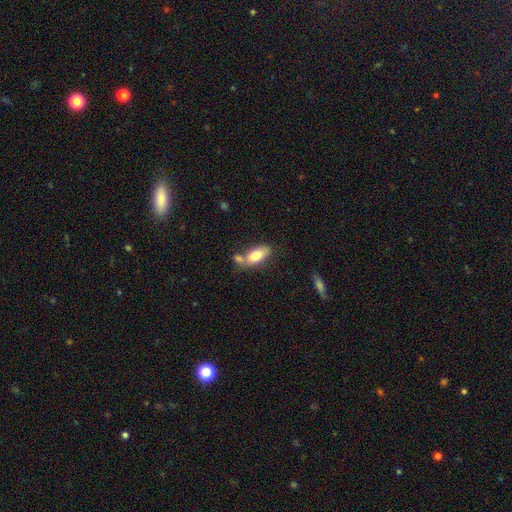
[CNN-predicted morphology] smooth-or-featured: smooth: 75% | featured or disk: 18% | star or artifact: 7%
  how-rounded: in between: 83% | cigar-shaped: 13% | round: 3%
  merging: none: 48% | merger: 32% | minor disturbance: 15% | major disturbance: 5%